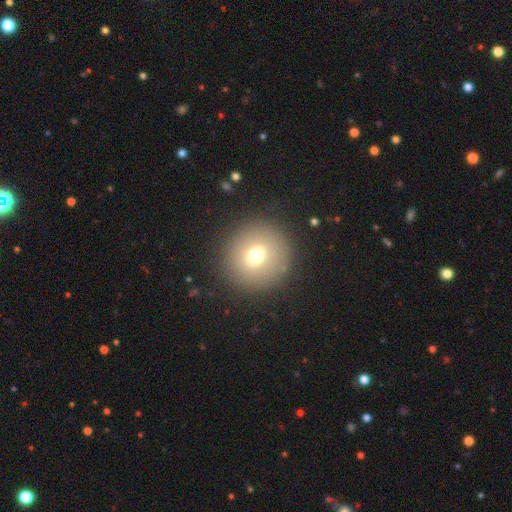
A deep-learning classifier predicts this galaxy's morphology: smooth-or-featured: smooth: 67% | featured or disk: 18% | star or artifact: 15%
  how-rounded: round: 93% | in between: 6% | cigar-shaped: 1%
  merging: none: 87% | minor disturbance: 7% | major disturbance: 4% | merger: 2%